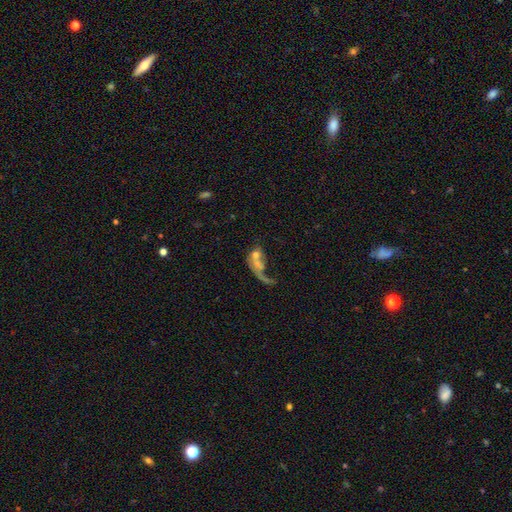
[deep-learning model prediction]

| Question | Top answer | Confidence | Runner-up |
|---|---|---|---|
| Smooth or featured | featured or disk | 50% | smooth (38%) |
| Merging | merger | 44% | major disturbance (32%) |